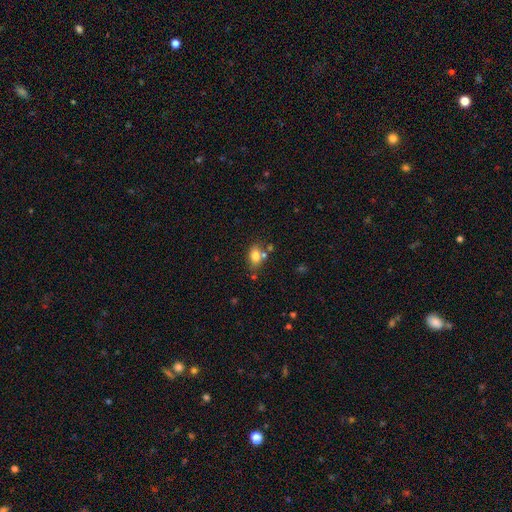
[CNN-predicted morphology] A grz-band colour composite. It shows a smooth galaxy with no disk features (79%) that is in between round and cigar-shaped (80%). Merging: none (61%).